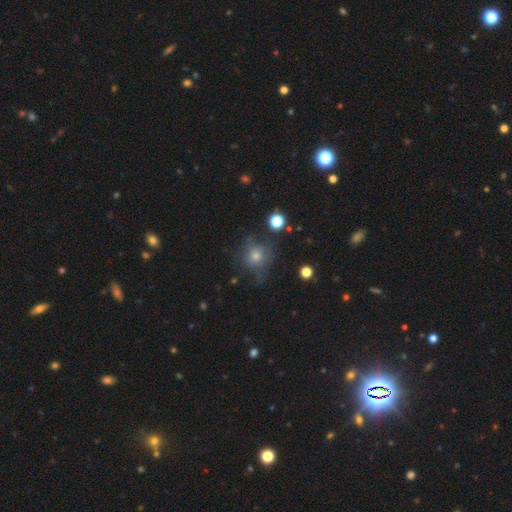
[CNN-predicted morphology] This appears to be a smooth galaxy with no disk features (56%) that is round (85%). Merging: none (66%).